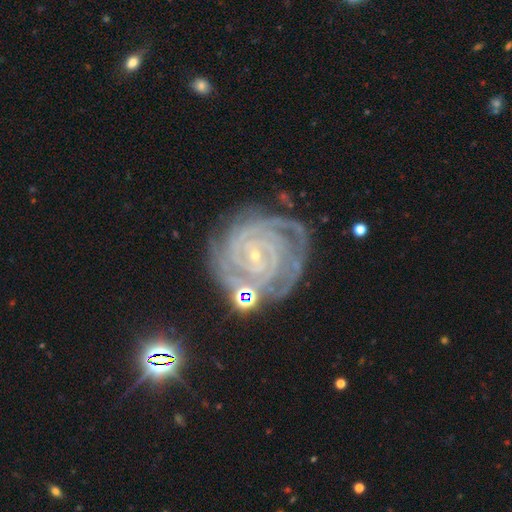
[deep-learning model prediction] A featured or disk galaxy (91%) with no bar (55%), 4 (26%) tight (87%) spiral arms (99%) and a small central bulge (88%).

Vote fractions:
- Smooth or featured? featured or disk: 91% / star or artifact: 5% / smooth: 3%
- Edge-on disk? no: 98% / yes: 2%
- Bar? no: 55% / weak: 29% / strong: 16%
- Spiral arms? yes: 99% / no: 1%
- Spiral winding? tight: 87% / medium: 12% / loose: 2%
- Spiral arm count? 4: 26% / 3: 24% / 2: 19% / can't tell: 15% / more than 4: 10% / 1: 7%
- Bulge size? small: 88% / moderate: 8% / none: 2% / large: 1% / dominant: 1%
- Merging? none: 69% / minor disturbance: 19% / major disturbance: 7% / merger: 6%